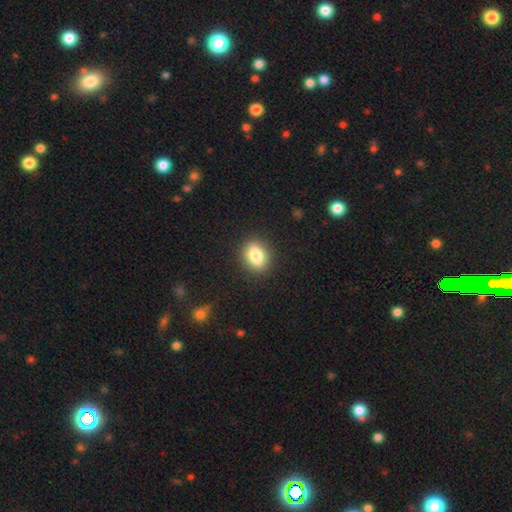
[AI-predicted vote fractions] A smooth galaxy with no disk features (80%) that is in between round and cigar-shaped (65%). Merging: none (88%).